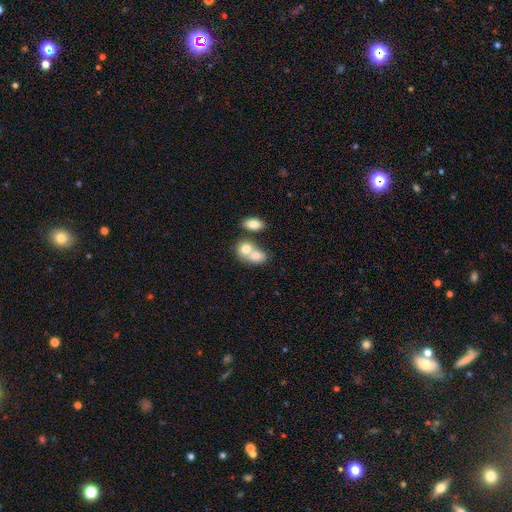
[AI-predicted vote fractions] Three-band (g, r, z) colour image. It shows a smooth galaxy with no disk features (76%) that is in between round and cigar-shaped (65%). Merging: merger (64%).